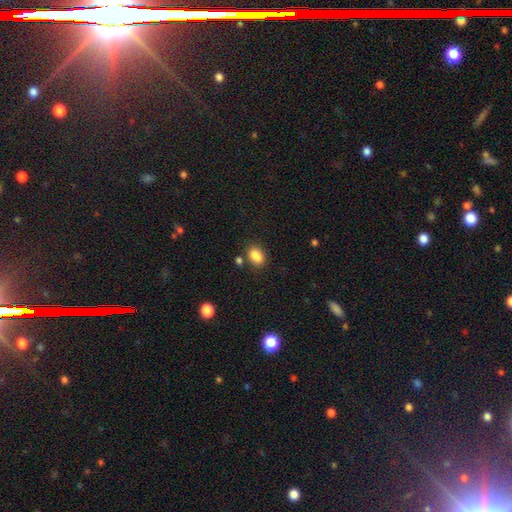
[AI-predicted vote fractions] Morphology: type=smooth (85%); roundness=in between (79%); merging=none (70%).